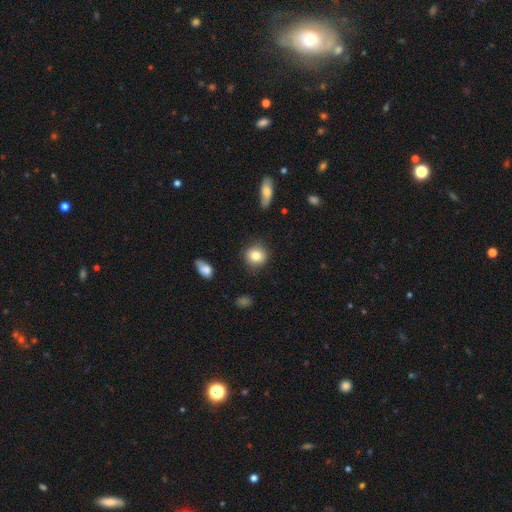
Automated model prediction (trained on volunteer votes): Morphology: type=smooth (83%); roundness=round (88%); merging=none (86%).